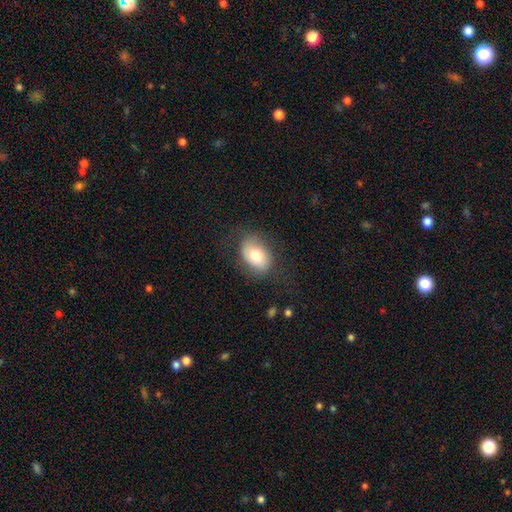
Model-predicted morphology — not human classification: A smooth galaxy with no disk features (74%) that is in between round and cigar-shaped (80%).

Vote fractions:
- Smooth or featured? smooth: 74% / featured or disk: 18% / star or artifact: 7%
- How rounded? in between: 80% / round: 18% / cigar-shaped: 1%
- Merging? none: 69% / minor disturbance: 20% / major disturbance: 10% / merger: 1%